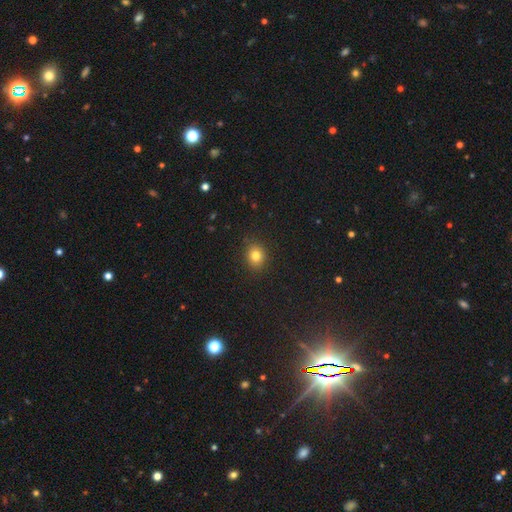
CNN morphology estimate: This is clearly a smooth galaxy (81%). How rounded: likely round (68%). Merging: clearly none (88%).